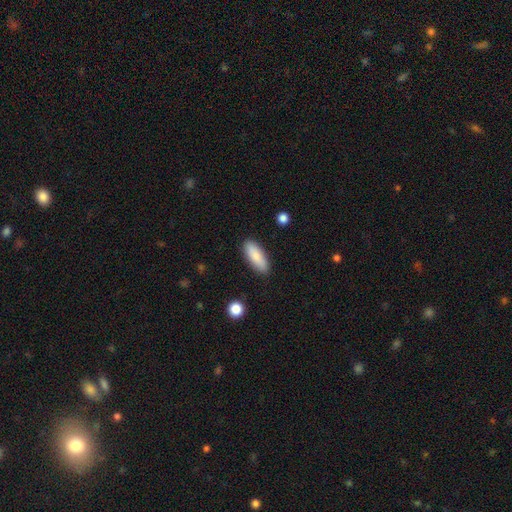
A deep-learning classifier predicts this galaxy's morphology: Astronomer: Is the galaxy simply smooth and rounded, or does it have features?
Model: smooth — 83%.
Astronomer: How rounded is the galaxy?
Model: in between — 69%.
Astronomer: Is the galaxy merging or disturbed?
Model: none — 88%.